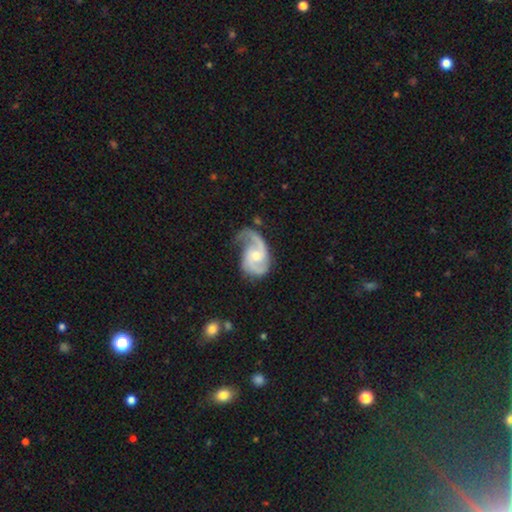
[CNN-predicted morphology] Q: Smooth or featured?
A: featured or disk (87%); runner-up: smooth (9%)
Q: Edge-on disk?
A: no (98%); runner-up: yes (2%)
Q: Bar?
A: no (56%); runner-up: weak (37%)
Q: Spiral arms?
A: yes (97%); runner-up: no (3%)
Q: Spiral winding?
A: medium (50%); runner-up: loose (32%)
Q: Spiral arm count?
A: 2 (81%); runner-up: 1 (9%)
Q: Bulge size?
A: moderate (54%); runner-up: small (39%)
Q: Merging?
A: none (48%); runner-up: minor disturbance (28%)